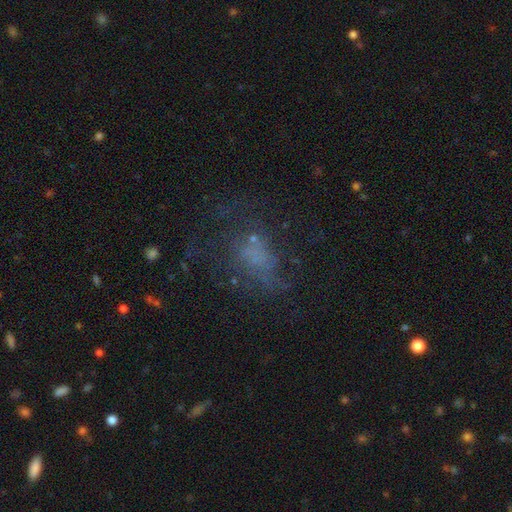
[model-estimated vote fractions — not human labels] Smooth or featured? featured or disk (40%)
Merging? none (43%)